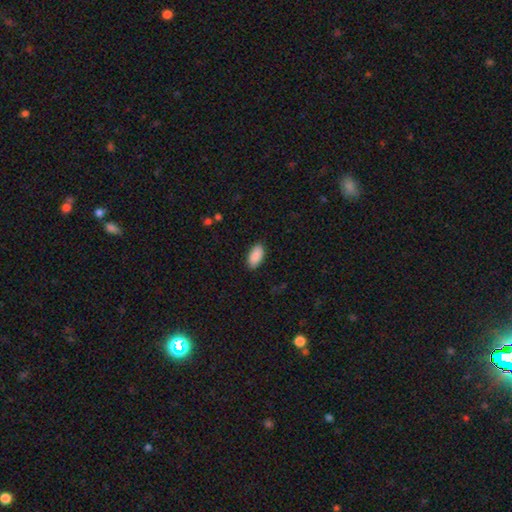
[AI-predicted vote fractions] A smooth galaxy with no disk features (91%) that is in between round and cigar-shaped (95%). Merging: none (88%).